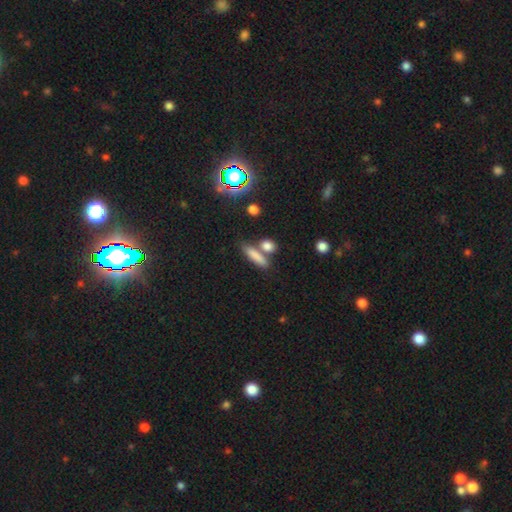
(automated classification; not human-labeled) This appears to be a smooth galaxy with no disk features (79%) that is cigar-shaped (61%). Merging: none (64%).